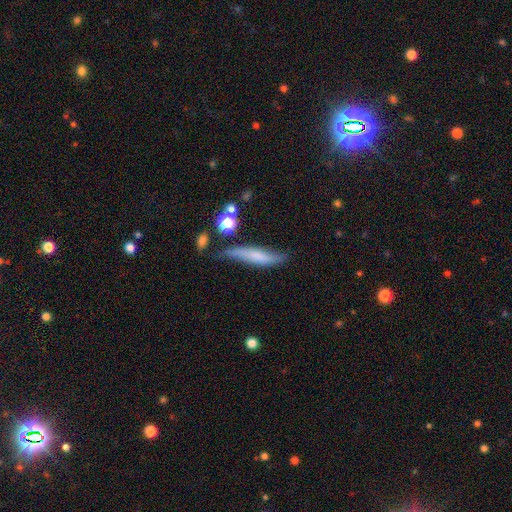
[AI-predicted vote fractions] Smooth or featured: smooth — 54% (featured or disk — 38%)
How rounded: cigar-shaped — 82% (in between — 15%)
Merging: none — 54% (minor disturbance — 30%)